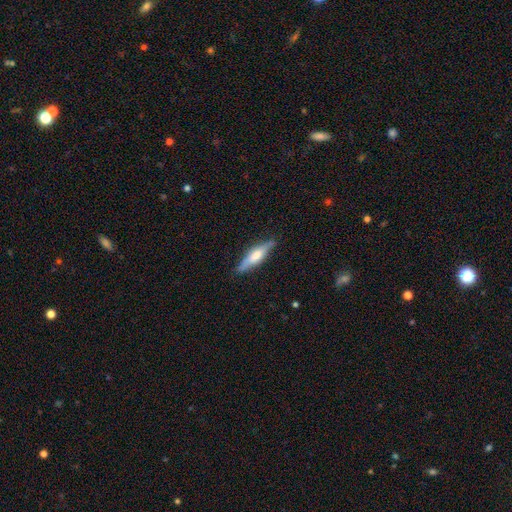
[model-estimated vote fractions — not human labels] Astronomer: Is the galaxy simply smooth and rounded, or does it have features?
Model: featured or disk — 56% (runner-up: smooth, 38%).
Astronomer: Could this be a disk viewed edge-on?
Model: yes — 93%.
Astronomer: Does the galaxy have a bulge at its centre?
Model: rounded — 78%.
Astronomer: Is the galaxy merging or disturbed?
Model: none — 85%.